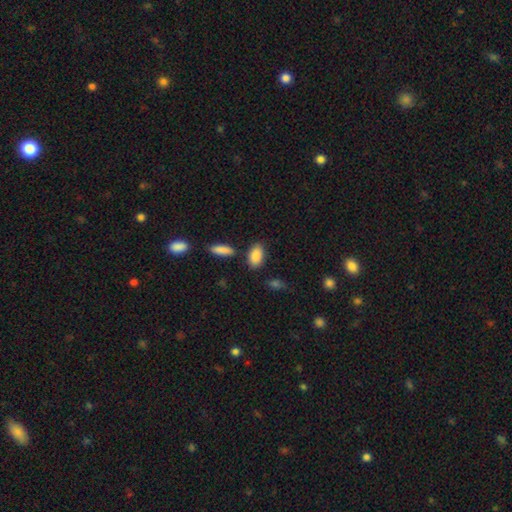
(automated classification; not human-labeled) Smooth or featured?
  - smooth: 87% *
  - star or artifact: 7%
  - featured or disk: 6%
How rounded?
  - in between: 91% *
  - round: 6%
  - cigar-shaped: 3%
Merging?
  - none: 78% *
  - minor disturbance: 12%
  - merger: 6%
  - major disturbance: 3%